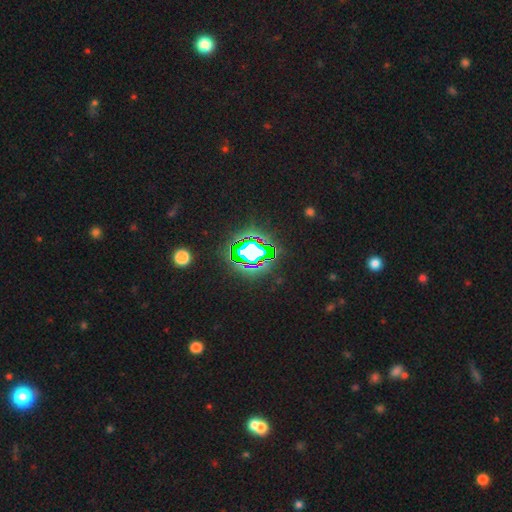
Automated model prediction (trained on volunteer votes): Smooth or featured: star or artifact — 71% (smooth — 15%)